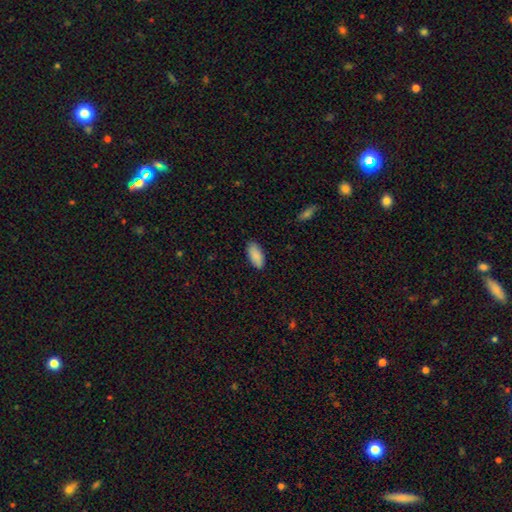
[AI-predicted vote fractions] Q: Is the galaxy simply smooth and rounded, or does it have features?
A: smooth — 89%.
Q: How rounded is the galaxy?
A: in between — 90%.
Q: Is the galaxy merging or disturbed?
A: none — 87%.